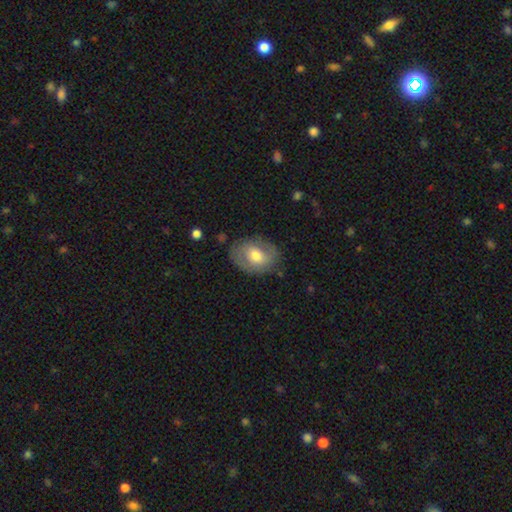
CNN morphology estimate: A smooth galaxy with no disk features (58%) that is in between round and cigar-shaped (64%). Merging: none (75%).